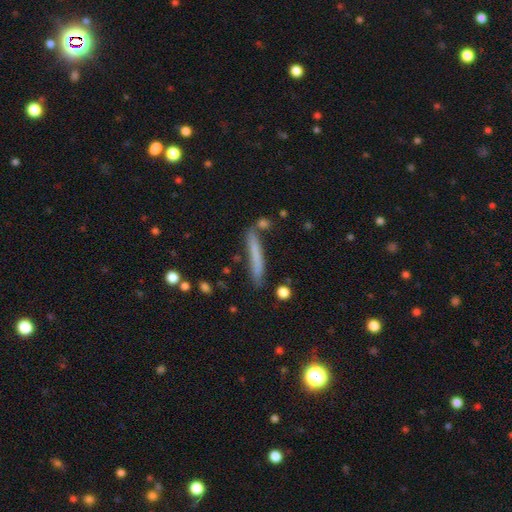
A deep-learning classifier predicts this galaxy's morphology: The model was most divided on "smooth or featured": smooth: 66%, featured or disk: 27%, star or artifact: 8%. More confident: how rounded — cigar-shaped (95%); merging — none (77%).